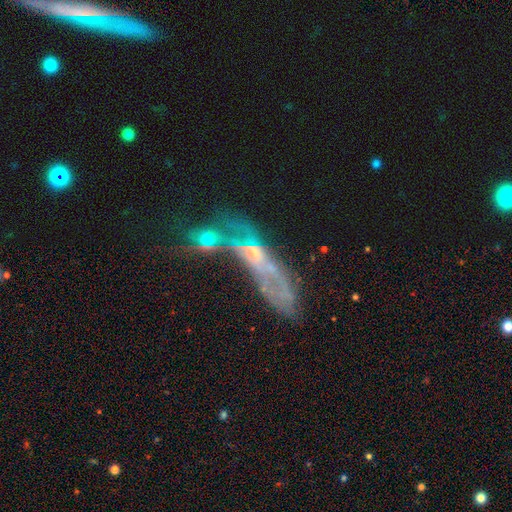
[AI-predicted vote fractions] Smooth or featured: featured or disk — 59% (smooth — 25%)
Edge-on disk: no — 73% (yes — 27%)
Merging: merger — 52% (major disturbance — 25%)